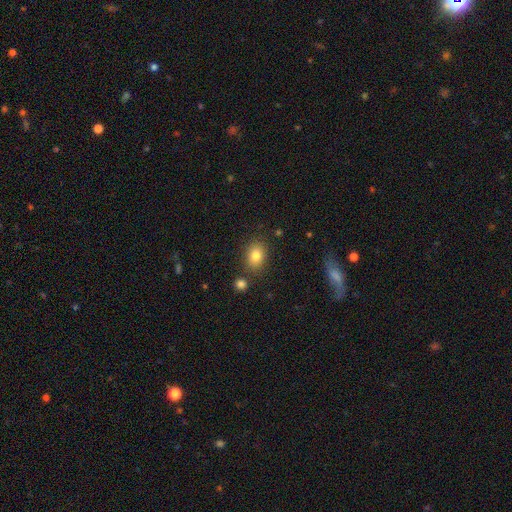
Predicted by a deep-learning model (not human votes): Morphology: type=smooth (82%); roundness=in between (69%); merging=none (80%).